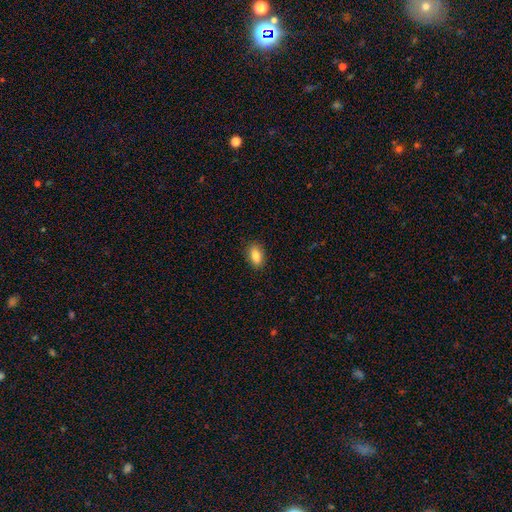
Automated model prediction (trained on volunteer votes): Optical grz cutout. It shows a smooth galaxy with no disk features (83%) that is in between round and cigar-shaped (88%). Merging: none (89%).